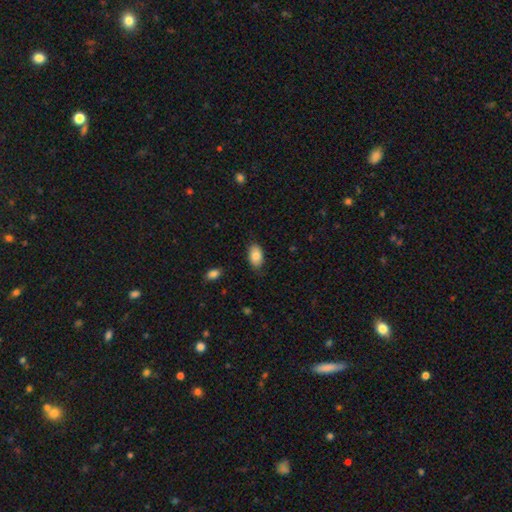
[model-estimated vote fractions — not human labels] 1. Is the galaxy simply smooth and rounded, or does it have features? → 85% smooth, 8% featured or disk, 7% star or artifact.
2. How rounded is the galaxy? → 92% in between, 6% round, 2% cigar-shaped.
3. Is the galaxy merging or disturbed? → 79% none, 17% minor disturbance, 3% major disturbance, 1% merger.